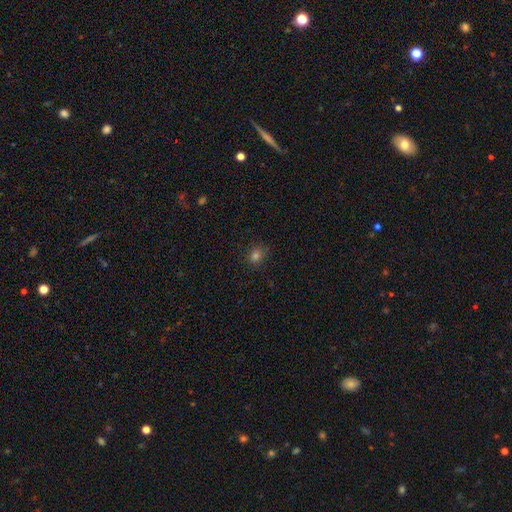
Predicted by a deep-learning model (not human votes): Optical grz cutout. It shows a smooth galaxy with no disk features (77%) that is round (70%). Merging: none (85%).